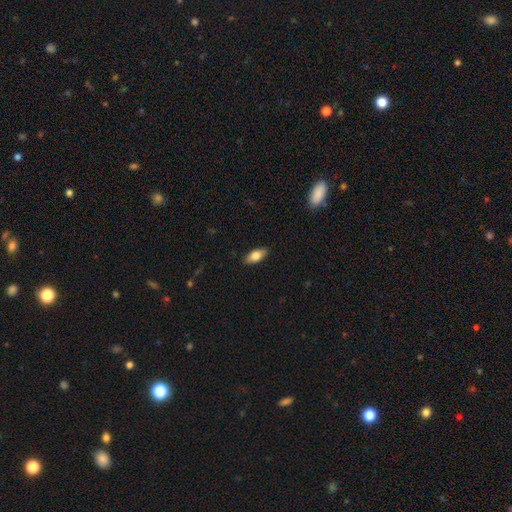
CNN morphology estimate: This is likely a smooth galaxy (76%). How rounded: clearly in between (86%). Merging: clearly none (88%).